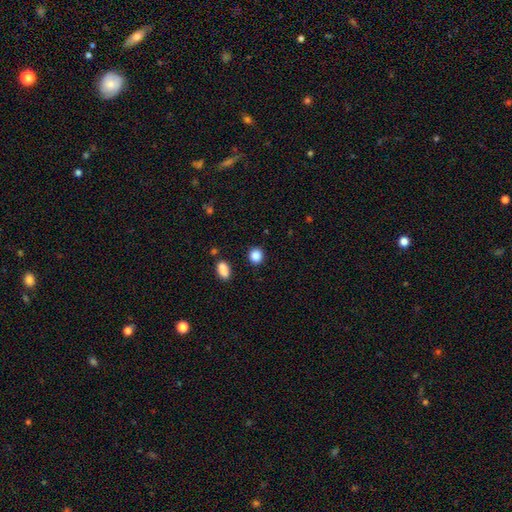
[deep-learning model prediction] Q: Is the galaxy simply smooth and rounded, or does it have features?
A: smooth — 88%.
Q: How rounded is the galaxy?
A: round — 82%.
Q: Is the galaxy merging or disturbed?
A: none — 88%.